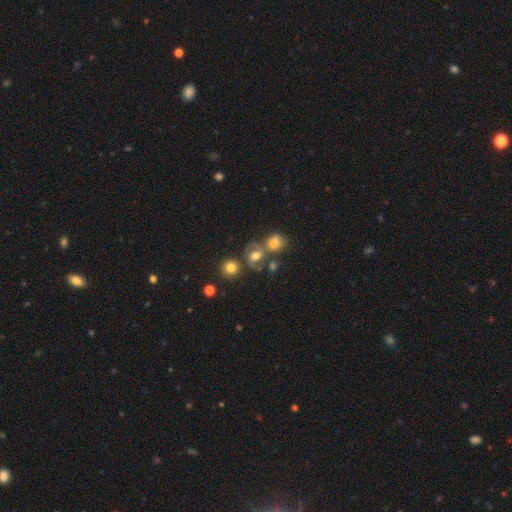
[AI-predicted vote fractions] This appears to be a smooth galaxy with no disk features (56%) that is round (60%). Merging: none (44%).